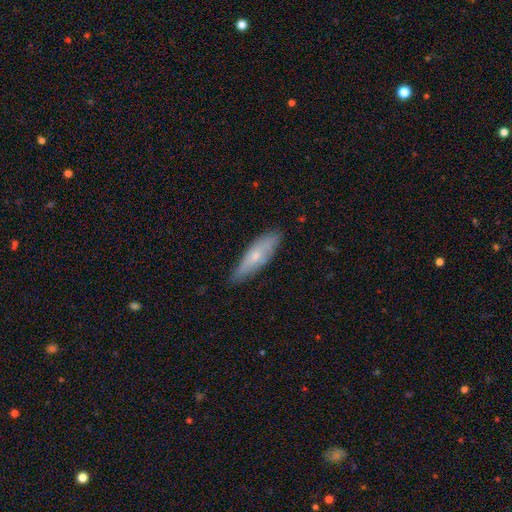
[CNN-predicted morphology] smooth_or_featured: smooth (p=0.60) [alt: featured or disk p=0.33]
how_rounded: cigar-shaped (p=0.58) [alt: in between p=0.40]
merging: none (p=0.78) [alt: minor disturbance p=0.18]